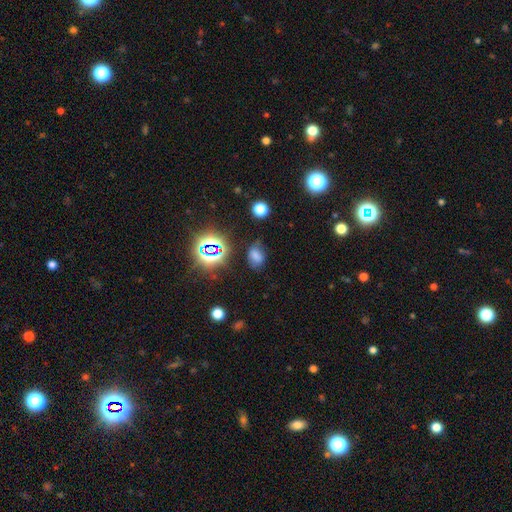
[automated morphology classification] Smooth or featured? smooth (60%)
How rounded? in between (76%)
Merging? none (60%)